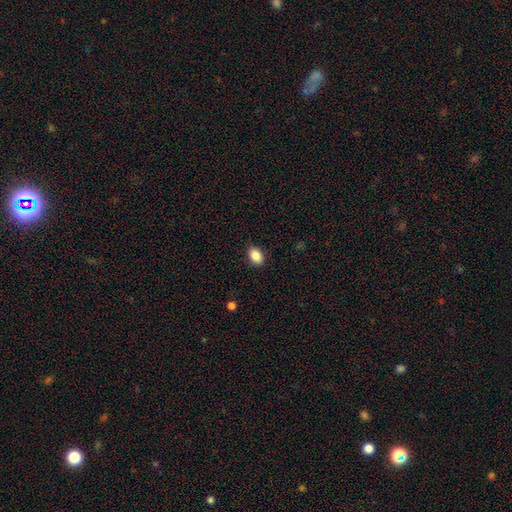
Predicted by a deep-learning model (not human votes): smooth-or-featured: smooth: 88% | star or artifact: 8% | featured or disk: 4%
  how-rounded: in between: 84% | round: 15% | cigar-shaped: 1%
  merging: none: 88% | minor disturbance: 9% | major disturbance: 2% | merger: 1%